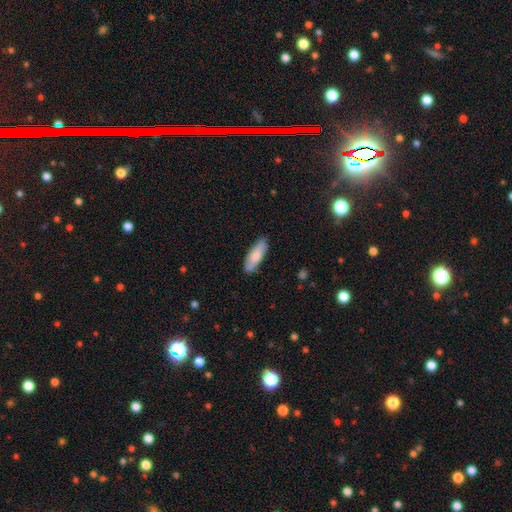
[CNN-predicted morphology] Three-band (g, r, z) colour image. It shows a smooth galaxy with no disk features (78%) that is in between round and cigar-shaped (57%). Merging: none (84%).